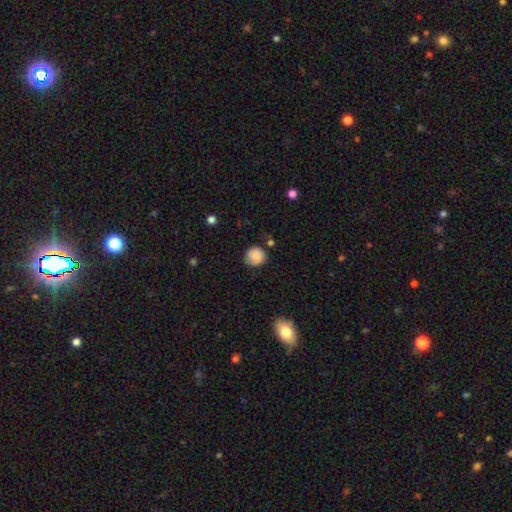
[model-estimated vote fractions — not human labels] Smooth or featured? Predicted: smooth (p=0.82). How rounded? Predicted: round (p=0.85). Merging? Predicted: none (p=0.69).